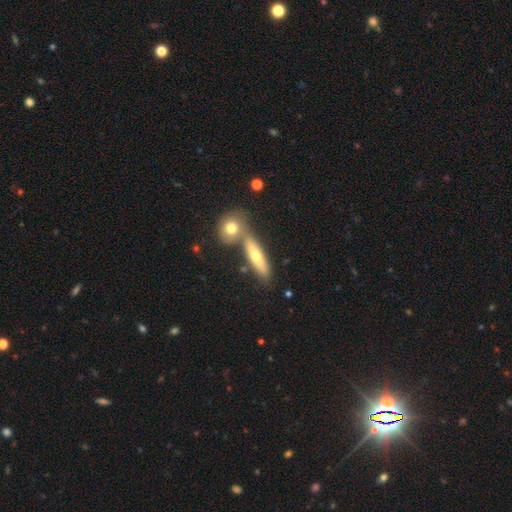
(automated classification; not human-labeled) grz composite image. It shows a smooth galaxy with no disk features (56%) that is cigar-shaped (72%). Merging: none (59%).